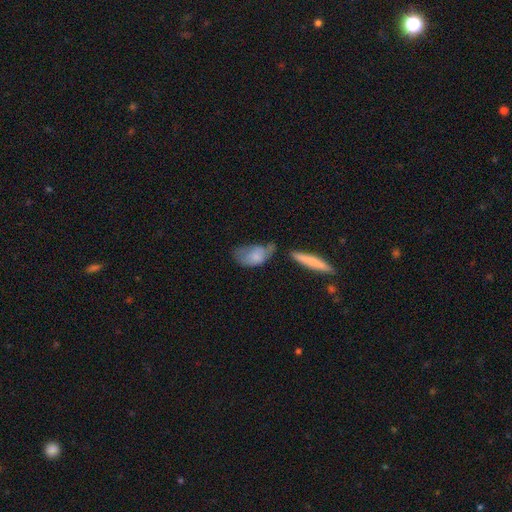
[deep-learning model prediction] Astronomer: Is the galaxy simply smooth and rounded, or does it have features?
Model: smooth — 69%.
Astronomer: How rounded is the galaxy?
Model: in between — 88%.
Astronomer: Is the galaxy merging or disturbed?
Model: minor disturbance — 31% (runner-up: none, 26%).